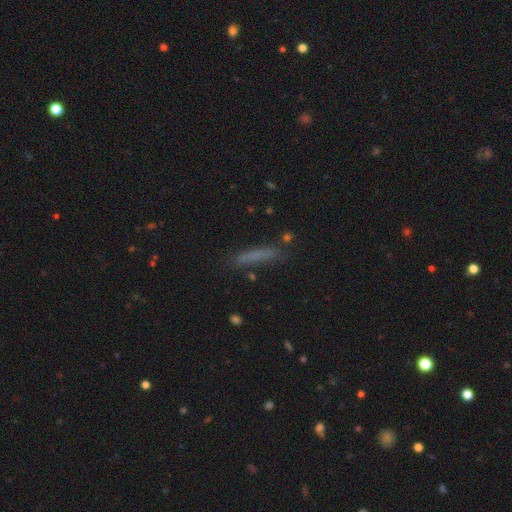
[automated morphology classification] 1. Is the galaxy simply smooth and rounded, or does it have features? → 69% smooth, 19% featured or disk, 11% star or artifact.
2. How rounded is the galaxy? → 92% cigar-shaped, 6% in between, 2% round.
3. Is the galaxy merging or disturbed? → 81% none, 13% minor disturbance, 3% major disturbance, 3% merger.